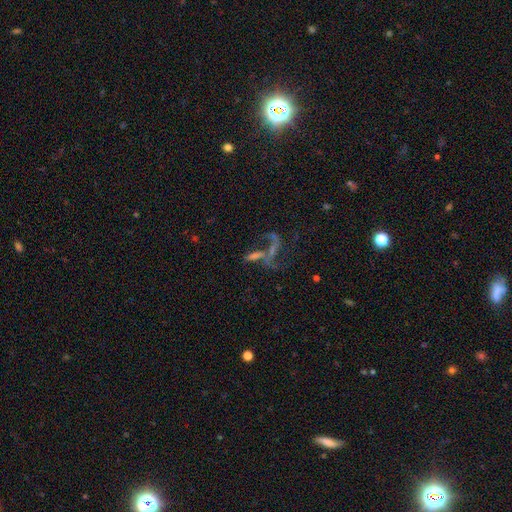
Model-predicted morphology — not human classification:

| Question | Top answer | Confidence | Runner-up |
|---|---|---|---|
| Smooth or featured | featured or disk | 51% | star or artifact (26%) |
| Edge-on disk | no | 87% | yes (13%) |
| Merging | merger | 40% | none (26%) |